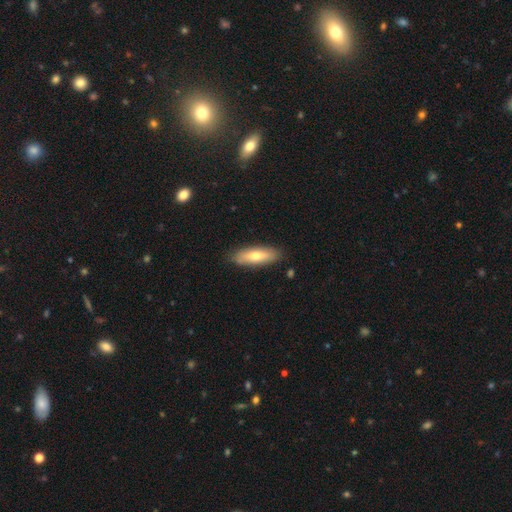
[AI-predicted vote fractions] Q: Smooth or featured?
A: smooth (66%); runner-up: featured or disk (28%)
Q: How rounded?
A: in between (56%); runner-up: cigar-shaped (41%)
Q: Merging?
A: none (86%); runner-up: minor disturbance (11%)